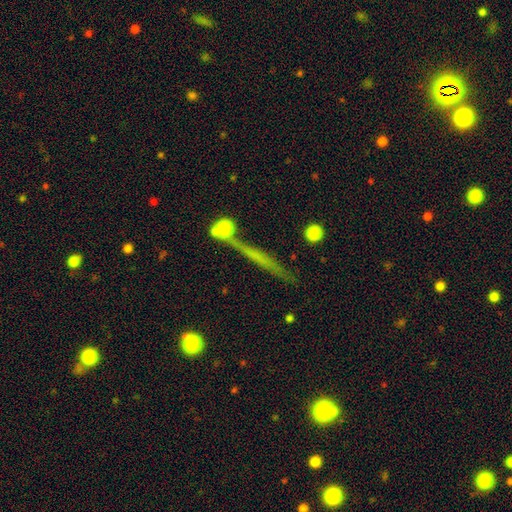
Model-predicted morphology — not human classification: A featured or disk galaxy (52%) viewed edge-on (94%).

Vote fractions:
- Smooth or featured? featured or disk: 52% / smooth: 36% / star or artifact: 12%
- Edge-on disk? yes: 94% / no: 6%
- Merging? none: 79% / minor disturbance: 10% / merger: 7% / major disturbance: 4%